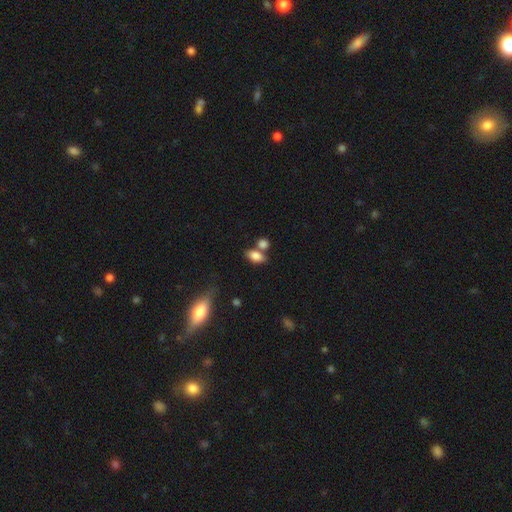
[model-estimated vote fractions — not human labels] Morphology: type=smooth (81%); roundness=in between (86%); merging=none (51%).